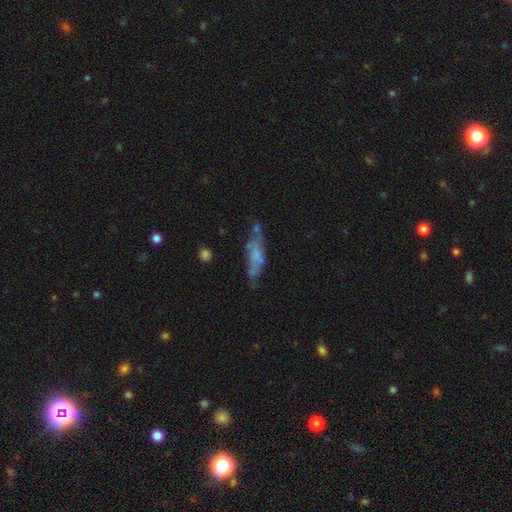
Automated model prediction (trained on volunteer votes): A smooth galaxy with no disk features (47%).

Vote fractions:
- Smooth or featured? smooth: 47% / featured or disk: 42% / star or artifact: 10%
- Merging? none: 48% / minor disturbance: 27% / major disturbance: 16% / merger: 9%